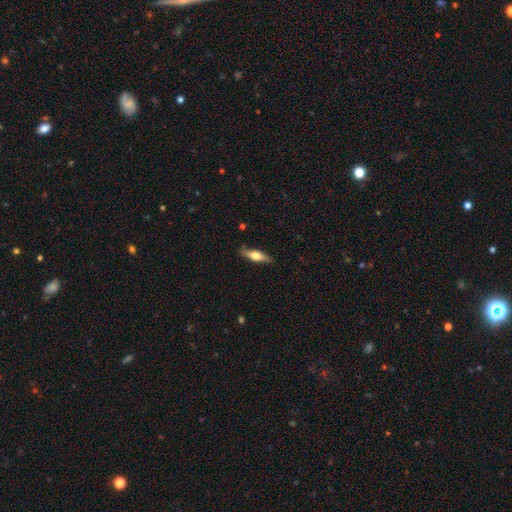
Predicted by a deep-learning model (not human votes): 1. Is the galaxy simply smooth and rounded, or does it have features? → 49% smooth, 45% featured or disk, 6% star or artifact.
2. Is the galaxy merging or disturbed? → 82% none, 14% minor disturbance, 3% major disturbance, 1% merger.